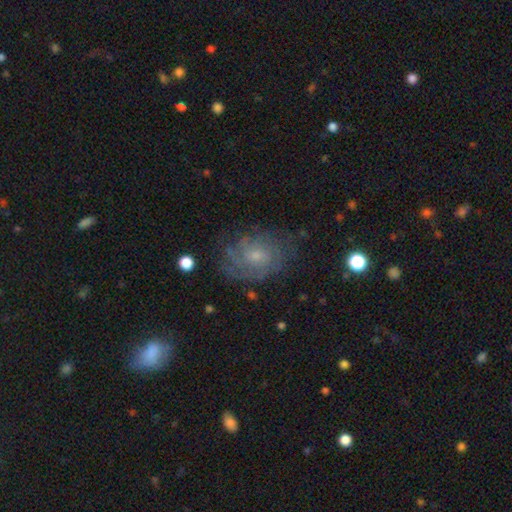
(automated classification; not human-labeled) Overall: featured or disk (69%). Edge-on disk: no (97%). Bar: no (71%). Spiral arms: yes (88%). Spiral arm count: can't tell (50%; 2 15%). Spiral winding: tight (59%; medium 31%). Bulge size: small (62%; moderate 31%). Merging: none (70%).